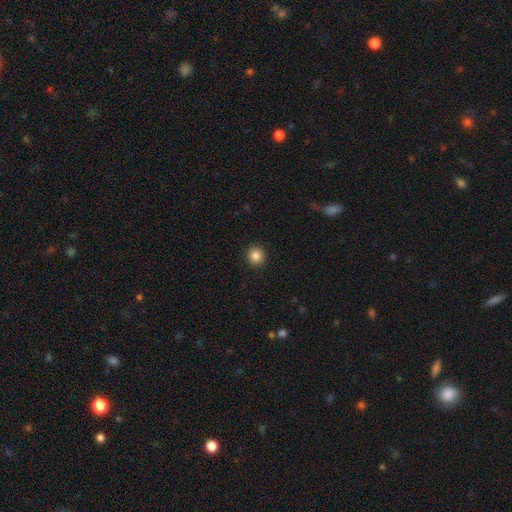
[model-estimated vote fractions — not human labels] Q: Smooth or featured?
A: smooth (85%); runner-up: star or artifact (10%)
Q: How rounded?
A: round (94%); runner-up: in between (5%)
Q: Merging?
A: none (92%); runner-up: minor disturbance (5%)